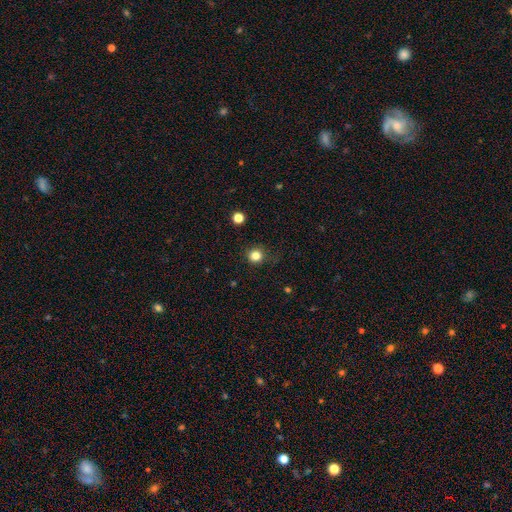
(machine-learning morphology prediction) Smooth or featured? smooth (82%)
How rounded? round (92%)
Merging? none (85%)